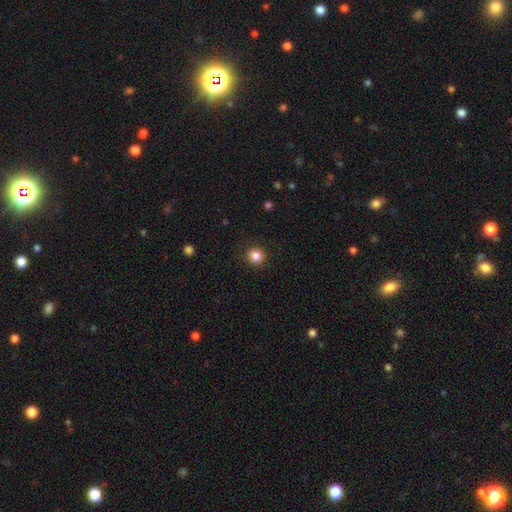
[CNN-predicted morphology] This is clearly a smooth galaxy (85%). How rounded: clearly round (93%). Merging: clearly none (91%).